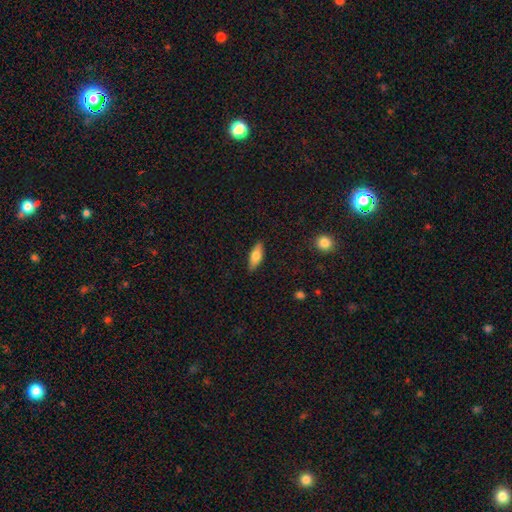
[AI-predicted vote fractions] Morphology: type=smooth (73%); roundness=in between (69%); merging=none (86%).